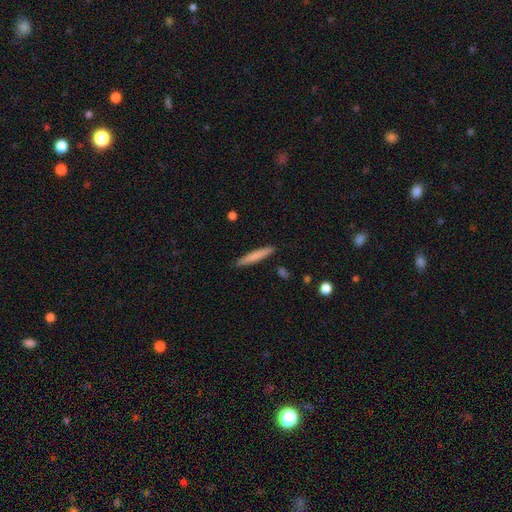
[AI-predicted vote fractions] Smooth or featured? Predicted: smooth (p=0.75). How rounded? Predicted: cigar-shaped (p=0.94). Merging? Predicted: none (p=0.89).